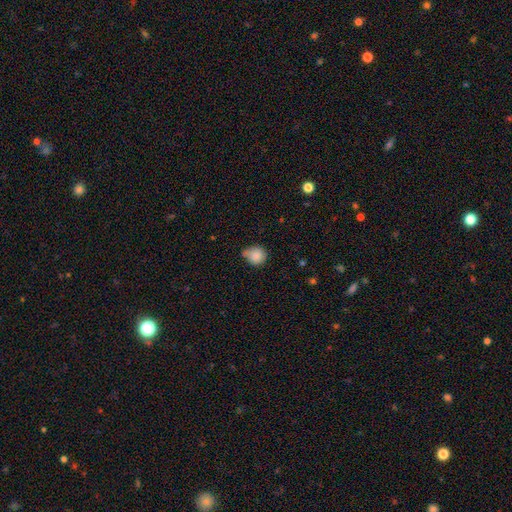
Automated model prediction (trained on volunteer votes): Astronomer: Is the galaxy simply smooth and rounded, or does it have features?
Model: smooth — 86%.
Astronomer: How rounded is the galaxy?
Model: round — 82%.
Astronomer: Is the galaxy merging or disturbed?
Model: none — 49% (runner-up: minor disturbance, 36%).